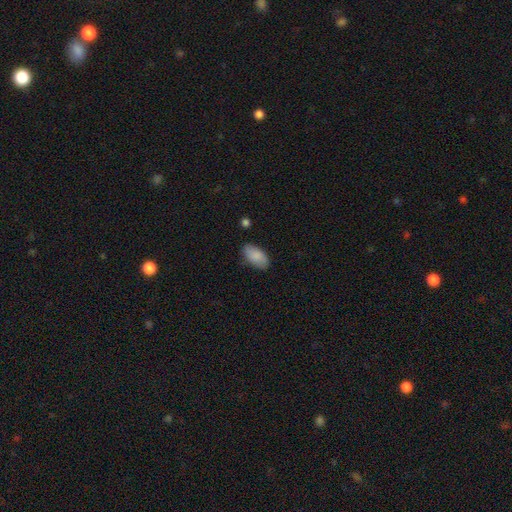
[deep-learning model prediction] Smooth or featured: smooth — 86% (featured or disk — 8%)
How rounded: in between — 95% (round — 3%)
Merging: none — 80% (minor disturbance — 15%)